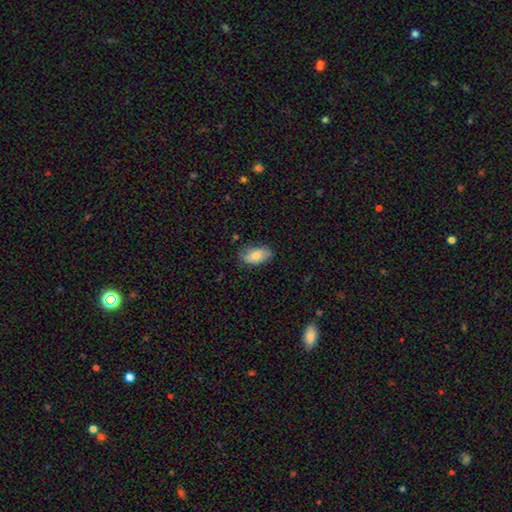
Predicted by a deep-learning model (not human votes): A smooth galaxy with no disk features (78%) that is in between round and cigar-shaped (93%).

Vote fractions:
- Smooth or featured? smooth: 78% / featured or disk: 15% / star or artifact: 7%
- How rounded? in between: 93% / round: 5% / cigar-shaped: 3%
- Merging? none: 69% / minor disturbance: 25% / major disturbance: 5% / merger: 2%